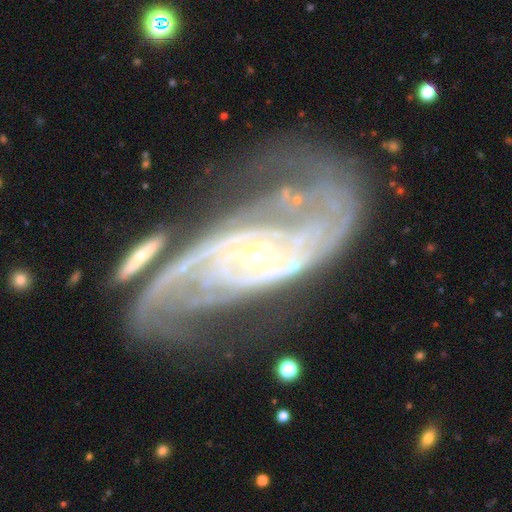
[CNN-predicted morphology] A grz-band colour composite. It shows a featured or disk galaxy (91%) with no bar (50%), 2 (58%) tight (46%) spiral arms (97%) and a small central bulge (65%). Merging: none (47%).